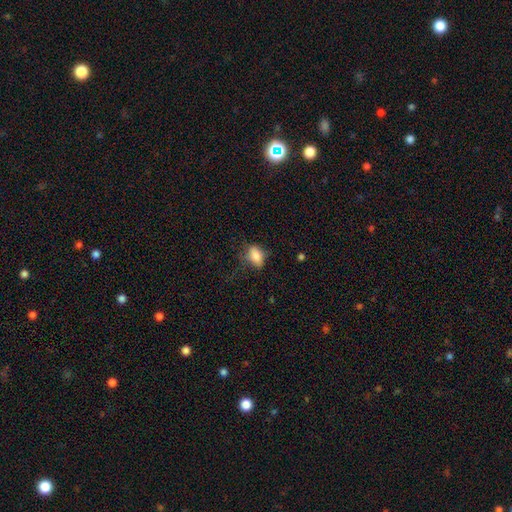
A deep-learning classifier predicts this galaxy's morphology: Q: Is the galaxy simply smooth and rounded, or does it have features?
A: smooth — 82%.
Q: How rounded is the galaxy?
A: in between — 83%.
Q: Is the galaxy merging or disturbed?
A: none — 54%.